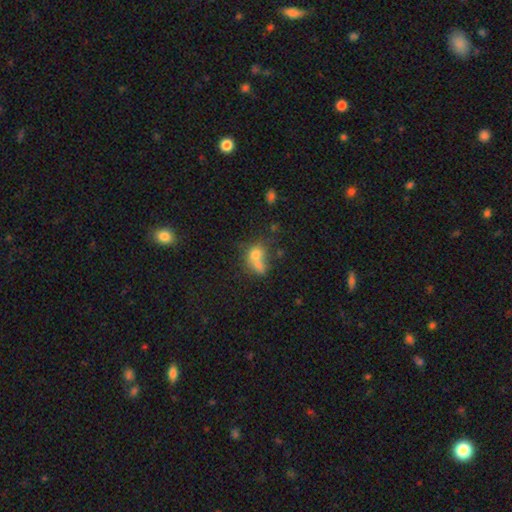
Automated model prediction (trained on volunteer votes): Q: Smooth or featured?
A: smooth (69%); runner-up: featured or disk (17%)
Q: How rounded?
A: round (53%); runner-up: in between (45%)
Q: Merging?
A: merger (55%); runner-up: none (27%)